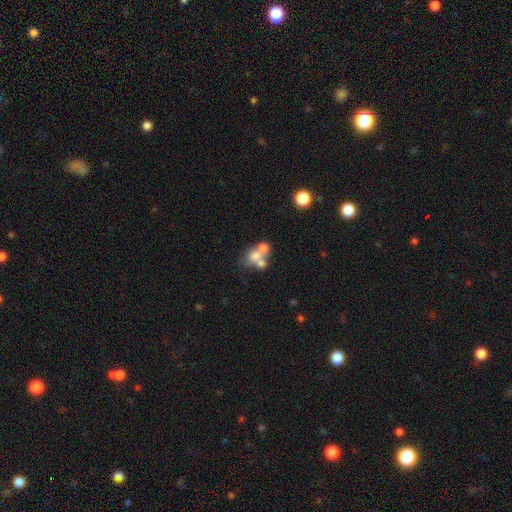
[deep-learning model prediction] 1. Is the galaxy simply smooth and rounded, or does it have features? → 60% smooth, 27% featured or disk, 14% star or artifact.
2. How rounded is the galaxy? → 61% round, 37% in between, 1% cigar-shaped.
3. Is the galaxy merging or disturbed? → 60% merger, 27% none, 7% minor disturbance, 6% major disturbance.